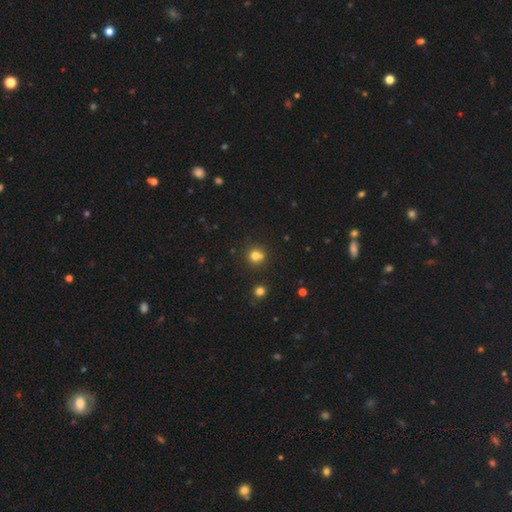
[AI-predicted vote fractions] Smooth or featured? Predicted: smooth (p=0.75). How rounded? Predicted: round (p=0.88). Merging? Predicted: none (p=0.67).